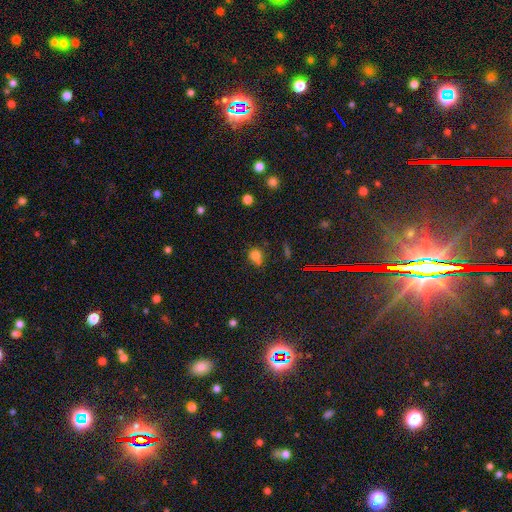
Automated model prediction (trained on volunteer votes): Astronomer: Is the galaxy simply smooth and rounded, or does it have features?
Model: smooth — 74%.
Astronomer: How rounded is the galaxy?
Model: round — 63%.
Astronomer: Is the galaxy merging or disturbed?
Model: none — 58%.